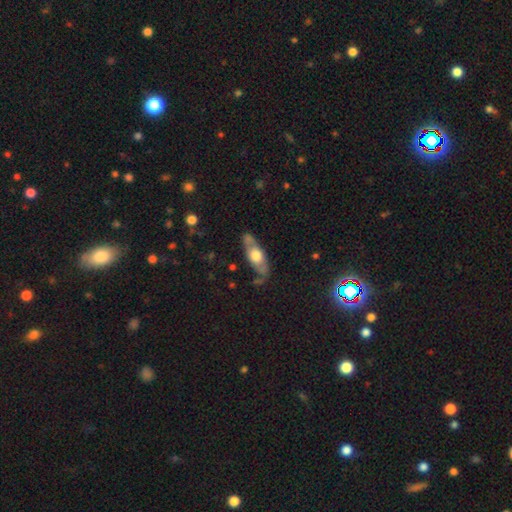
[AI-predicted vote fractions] smooth-or-featured: featured or disk: 52% | smooth: 42% | star or artifact: 6%
  disk-edge-on: yes: 51% | no: 49%
  merging: none: 66% | minor disturbance: 22% | major disturbance: 7% | merger: 6%